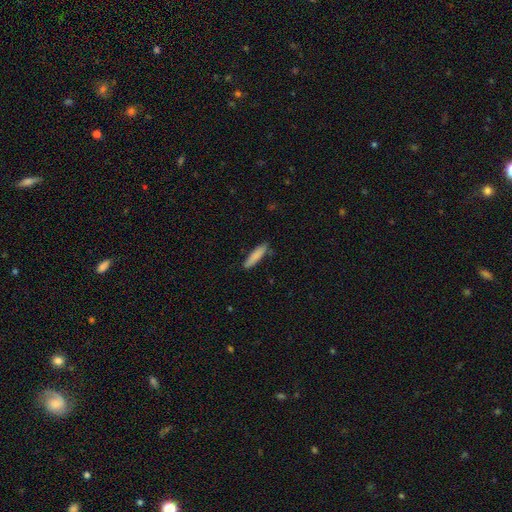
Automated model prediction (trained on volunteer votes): Overall: smooth (84%). How rounded: cigar-shaped (82%). Merging: none (81%).